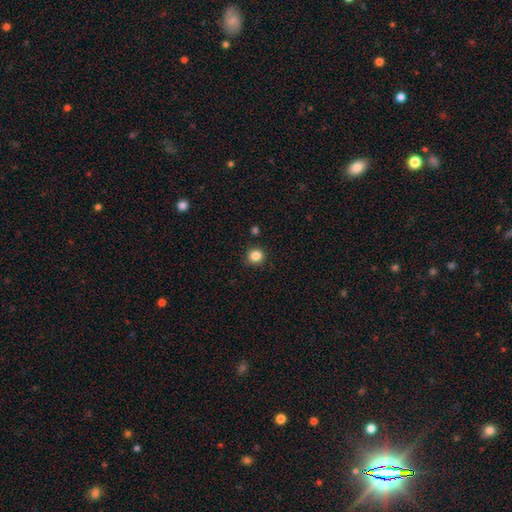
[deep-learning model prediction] Morphology: type=smooth (85%); roundness=round (90%); merging=none (88%).